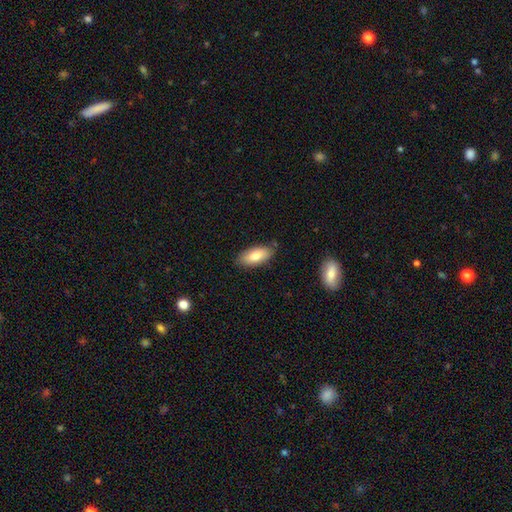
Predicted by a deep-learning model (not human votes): Morphology: type=smooth (79%); roundness=in between (87%); merging=none (81%).